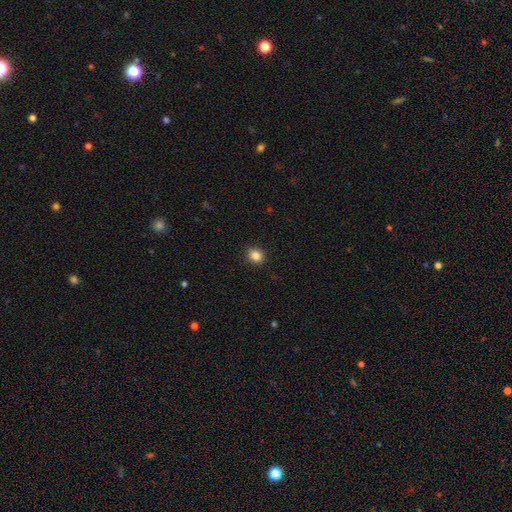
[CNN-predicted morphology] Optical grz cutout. It shows a smooth galaxy with no disk features (85%) that is round (72%). Merging: none (91%).